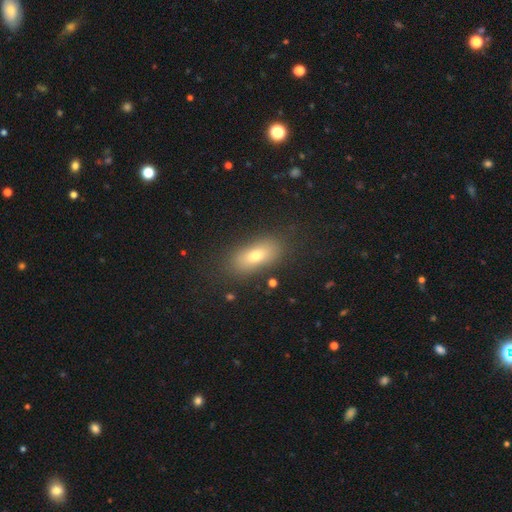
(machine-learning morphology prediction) smooth 72%, featured or disk 17%, star or artifact 10%. Down the decision tree: how rounded — in between (81%); merging — none (82%).